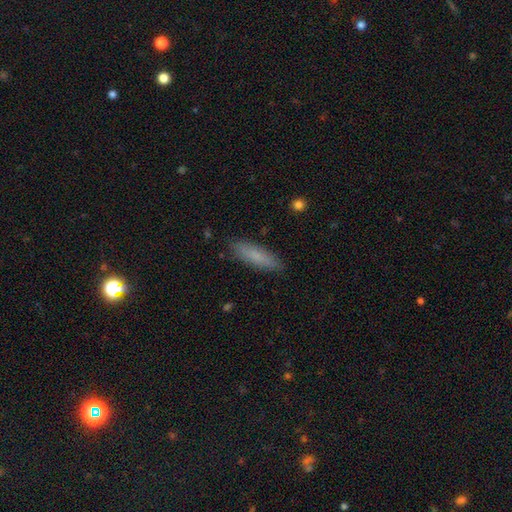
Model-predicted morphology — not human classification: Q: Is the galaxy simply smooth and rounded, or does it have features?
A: smooth — 78%.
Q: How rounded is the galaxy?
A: cigar-shaped — 70%.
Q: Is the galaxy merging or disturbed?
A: none — 87%.